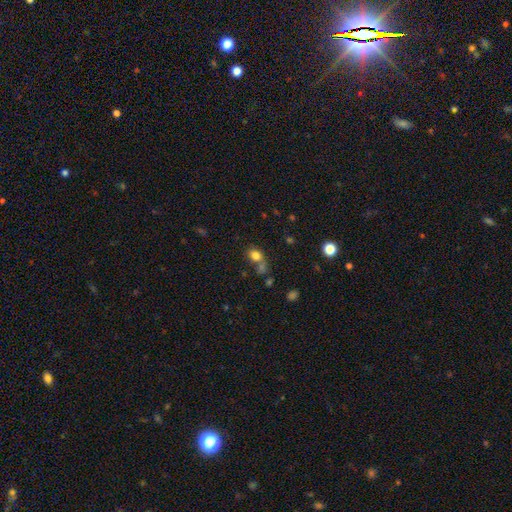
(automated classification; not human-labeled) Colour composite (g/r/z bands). It shows a smooth galaxy with no disk features (79%) that is round (52%). Merging: none (49%).